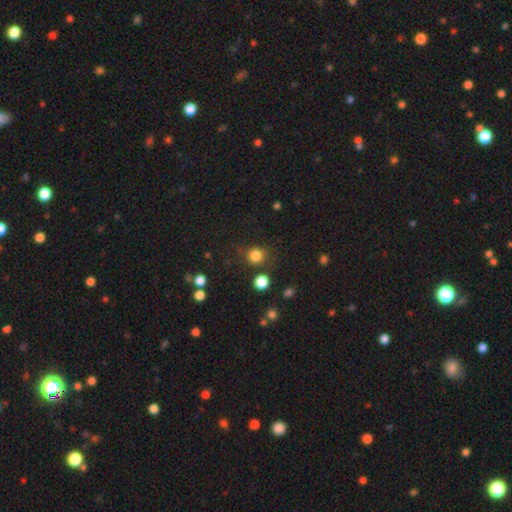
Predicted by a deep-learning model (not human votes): Smooth or featured? Predicted: smooth (p=0.82). How rounded? Predicted: round (p=0.90). Merging? Predicted: none (p=0.80).